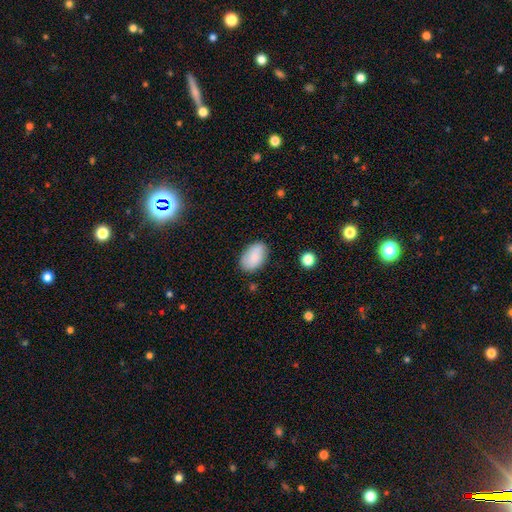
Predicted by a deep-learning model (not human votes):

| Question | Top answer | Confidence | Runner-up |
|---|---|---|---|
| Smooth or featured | smooth | 83% | featured or disk (10%) |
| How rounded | in between | 91% | round (8%) |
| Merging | none | 81% | minor disturbance (14%) |